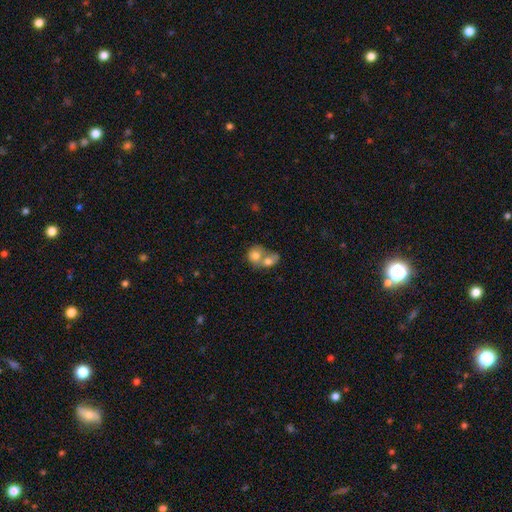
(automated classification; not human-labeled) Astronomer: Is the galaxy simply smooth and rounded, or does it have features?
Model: smooth — 73%.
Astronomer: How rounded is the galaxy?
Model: round — 66%.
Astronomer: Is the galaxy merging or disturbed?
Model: merger — 74%.